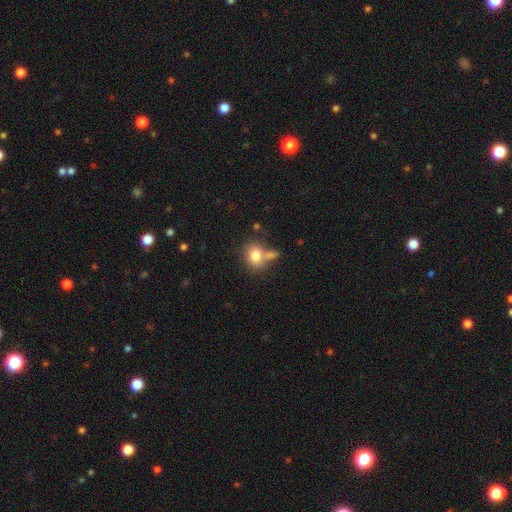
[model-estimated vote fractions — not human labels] Smooth or featured? smooth (79%)
How rounded? round (62%)
Merging? none (50%)